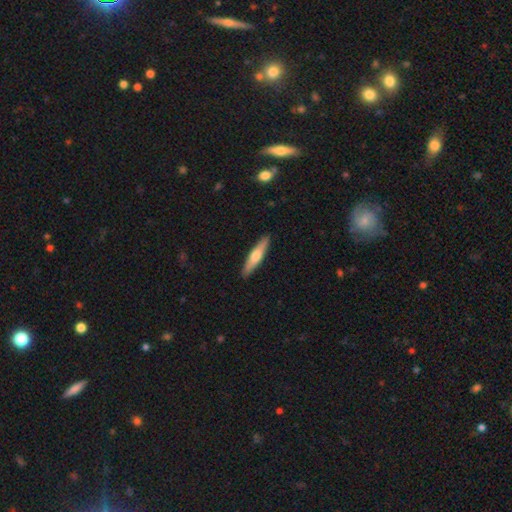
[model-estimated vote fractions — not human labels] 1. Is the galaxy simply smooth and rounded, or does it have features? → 49% smooth, 46% featured or disk, 5% star or artifact.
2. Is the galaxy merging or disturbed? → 91% none, 6% minor disturbance, 1% major disturbance, 1% merger.